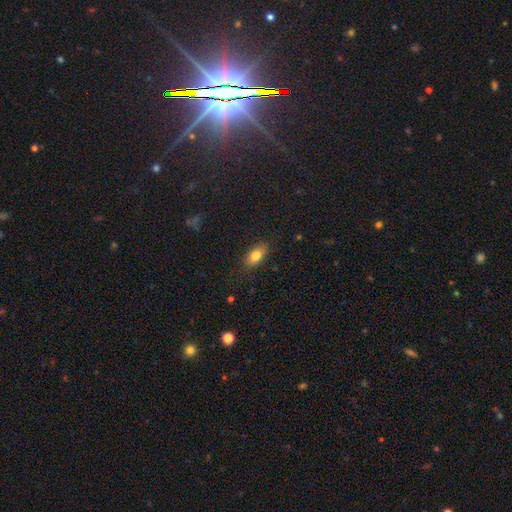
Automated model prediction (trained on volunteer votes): Morphology: type=smooth (79%); roundness=in between (87%); merging=none (85%).